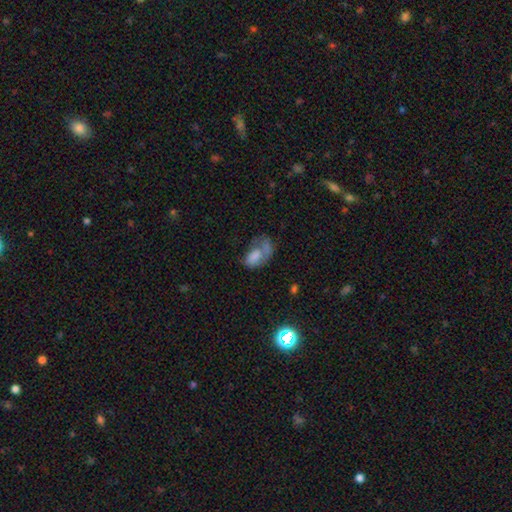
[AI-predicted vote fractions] Smooth or featured: smooth — 65% (featured or disk — 24%)
How rounded: in between — 89% (round — 9%)
Merging: major disturbance — 37% (merger — 22%)